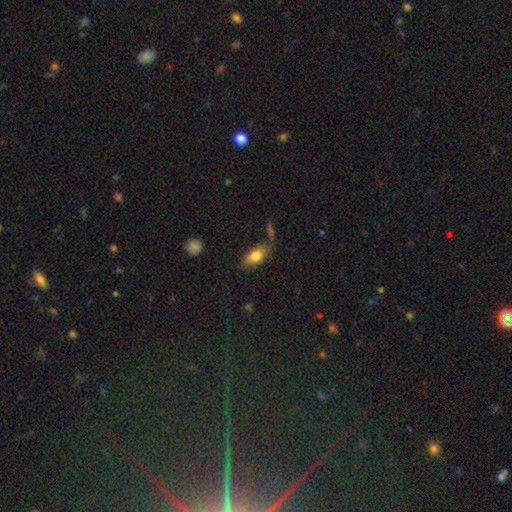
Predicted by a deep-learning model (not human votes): This appears to be a smooth galaxy with no disk features (76%) that is in between round and cigar-shaped (82%). Merging: none (71%).